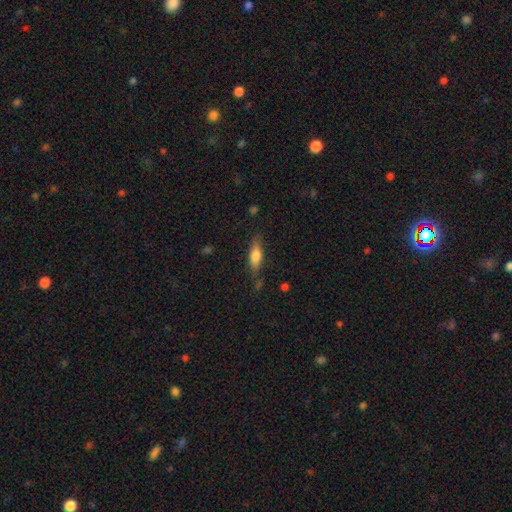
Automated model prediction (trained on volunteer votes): The model was most divided on "how rounded": in between: 56%, cigar-shaped: 41%, round: 3%. More confident: merging — none (73%); smooth or featured — smooth (68%).